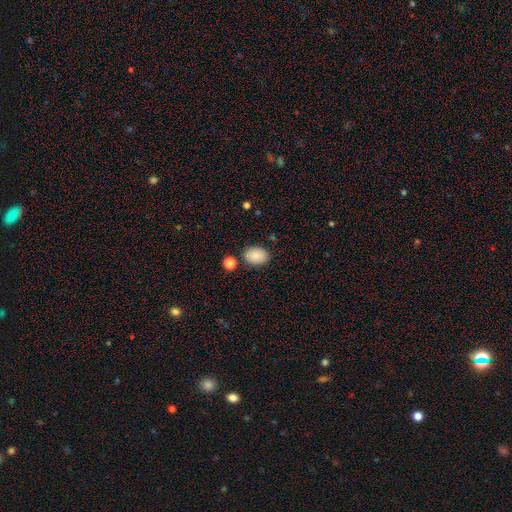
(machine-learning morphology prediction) type=smooth (87%); roundness=in between (79%); merging=none (81%).